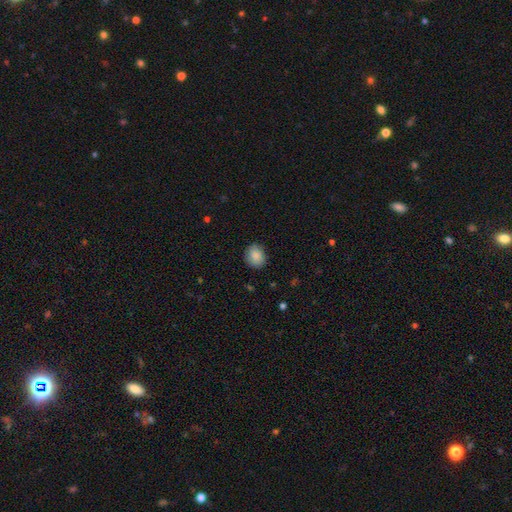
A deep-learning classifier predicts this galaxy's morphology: Overall: smooth (88%). How rounded: round (67%; in between 33%). Merging: none (85%).